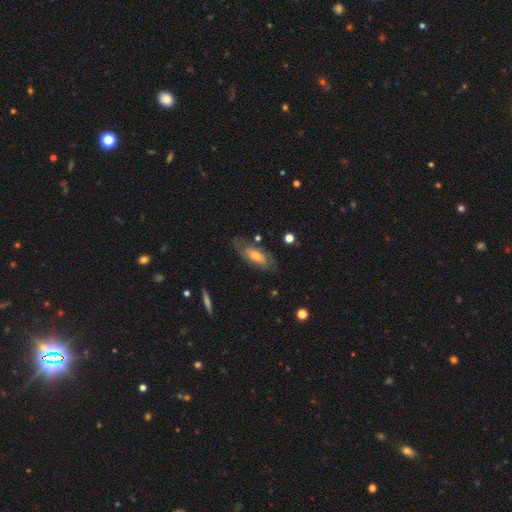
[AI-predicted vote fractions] This appears to be a featured or disk galaxy (52%). Merging: none (71%).